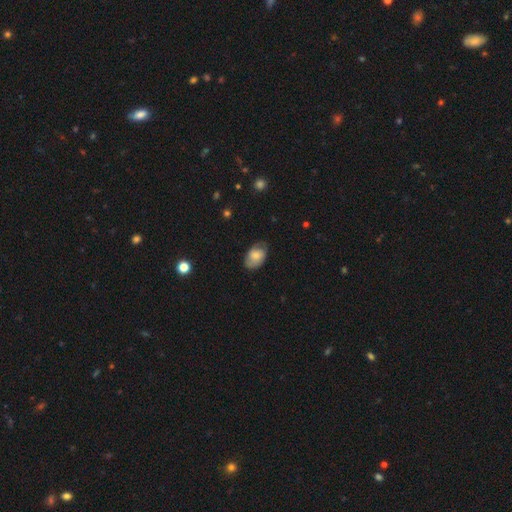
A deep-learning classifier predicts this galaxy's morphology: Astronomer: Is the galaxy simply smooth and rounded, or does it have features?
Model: smooth — 63%.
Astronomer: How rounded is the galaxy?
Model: in between — 84%.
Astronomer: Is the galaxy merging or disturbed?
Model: none — 65%.